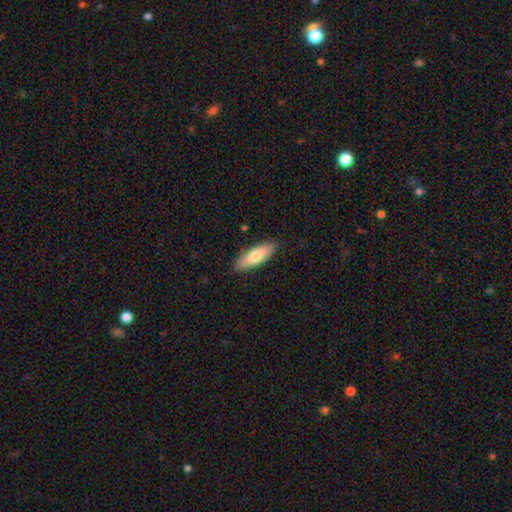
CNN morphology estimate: Overall: smooth (75%). How rounded: in between (57%; cigar-shaped 41%). Merging: none (88%).